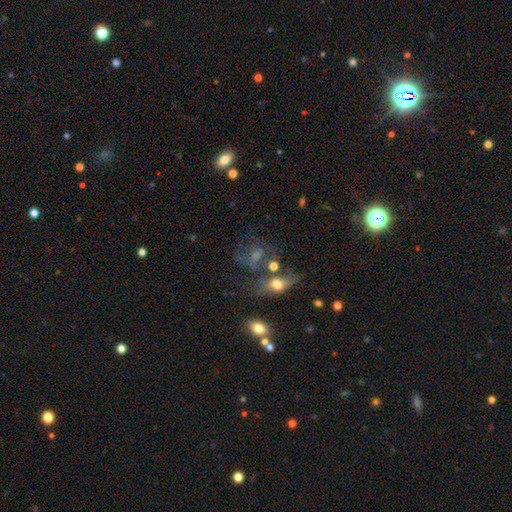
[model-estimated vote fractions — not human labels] The model was most divided on "smooth or featured": featured or disk: 46%, smooth: 33%, star or artifact: 22%. Remaining: merging — none (48%).